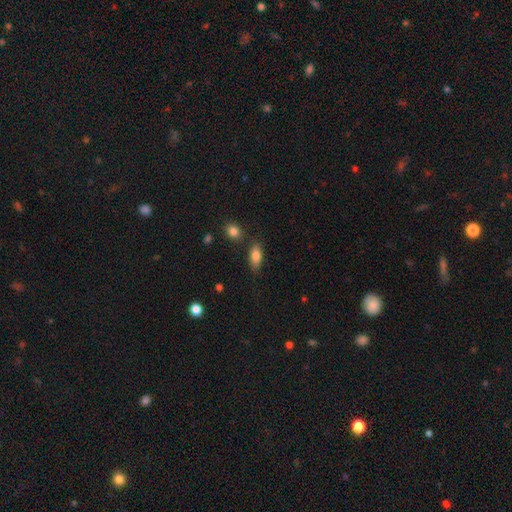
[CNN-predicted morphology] The model was most divided on "merging": none: 79%, minor disturbance: 14%, merger: 4%, major disturbance: 3%. More confident: how rounded — in between (85%); smooth or featured — smooth (82%).